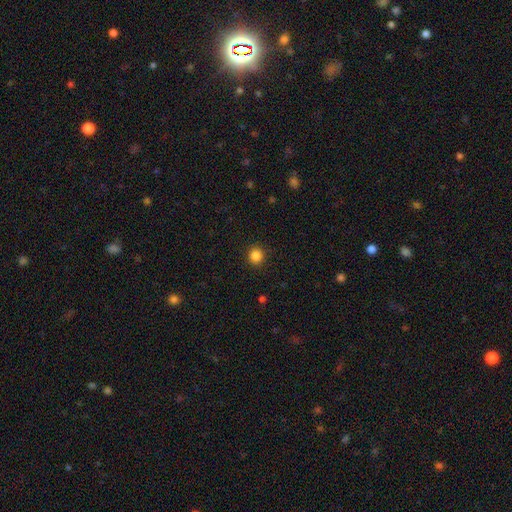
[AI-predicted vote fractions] Q: Smooth or featured?
A: smooth (85%); runner-up: star or artifact (11%)
Q: How rounded?
A: round (91%); runner-up: in between (8%)
Q: Merging?
A: none (92%); runner-up: minor disturbance (5%)